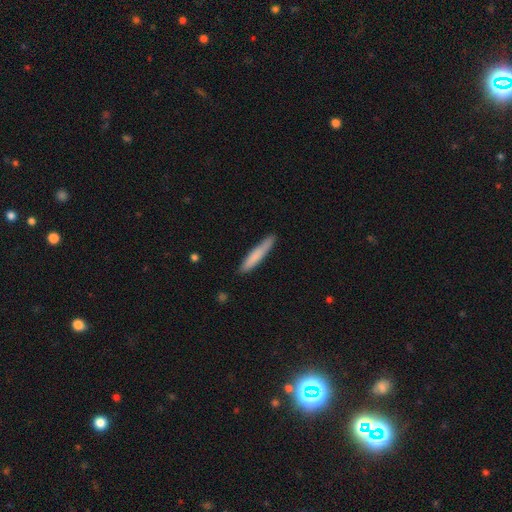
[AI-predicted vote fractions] Smooth or featured: smooth — 77% (featured or disk — 17%)
How rounded: cigar-shaped — 93% (in between — 5%)
Merging: none — 85% (minor disturbance — 11%)